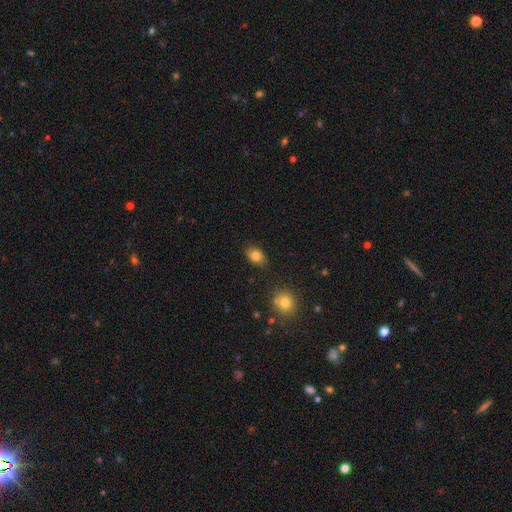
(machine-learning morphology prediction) Smooth or featured? Predicted: smooth (p=0.82). How rounded? Predicted: in between (p=0.74). Merging? Predicted: none (p=0.83).